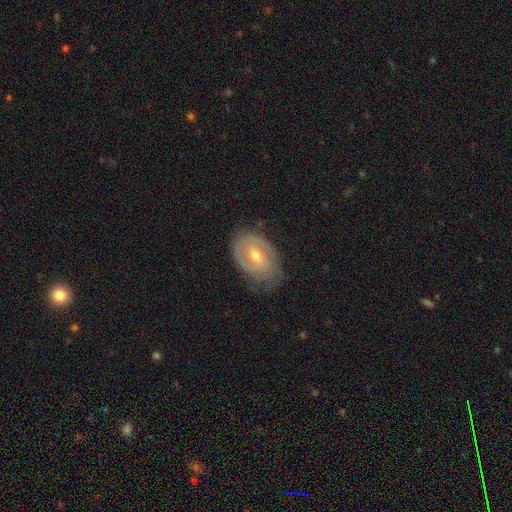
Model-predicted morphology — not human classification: smooth_or_featured: featured or disk (p=0.77) [alt: smooth p=0.17]
disk_edge_on: no (p=0.95) [alt: yes p=0.05]
bar: weak (p=0.48) [alt: no p=0.35]
has_spiral_arms: yes (p=0.86) [alt: no p=0.14]
spiral_winding: tight (p=0.51) [alt: medium p=0.36]
spiral_arm_count: 2 (p=0.64) [alt: can't tell p=0.20]
bulge_size: moderate (p=0.54) [alt: small p=0.43]
merging: none (p=0.69) [alt: minor disturbance p=0.23]